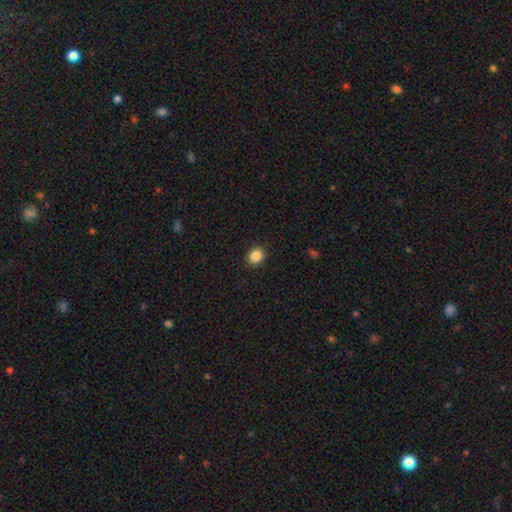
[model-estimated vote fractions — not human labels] Smooth or featured? Predicted: smooth (p=0.87). How rounded? Predicted: round (p=0.70). Merging? Predicted: none (p=0.90).